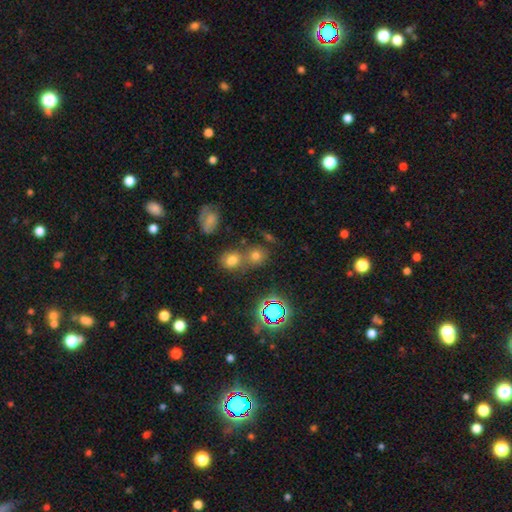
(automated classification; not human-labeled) smooth_or_featured: smooth (p=0.67) [alt: star or artifact p=0.24]
how_rounded: round (p=0.77) [alt: in between p=0.22]
merging: none (p=0.51) [alt: merger p=0.37]